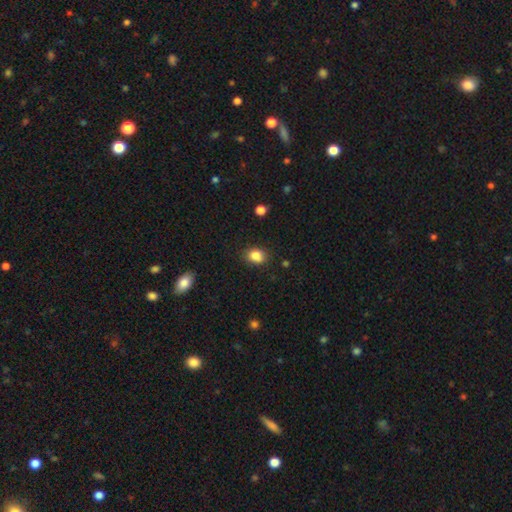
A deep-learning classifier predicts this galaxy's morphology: This is clearly a smooth galaxy (85%). How rounded: possibly in between (57%). Merging: clearly none (84%).